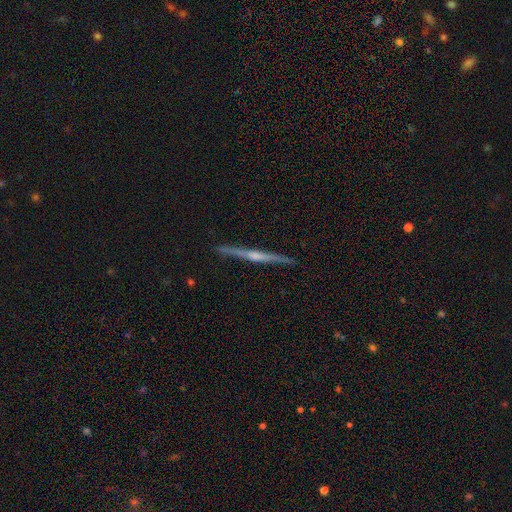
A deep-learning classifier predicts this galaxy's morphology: This is likely a featured or disk galaxy (76%). It is clearly viewed edge-on (98%). Edge-on bulge: possibly rounded (60%). Merging: clearly none (90%).